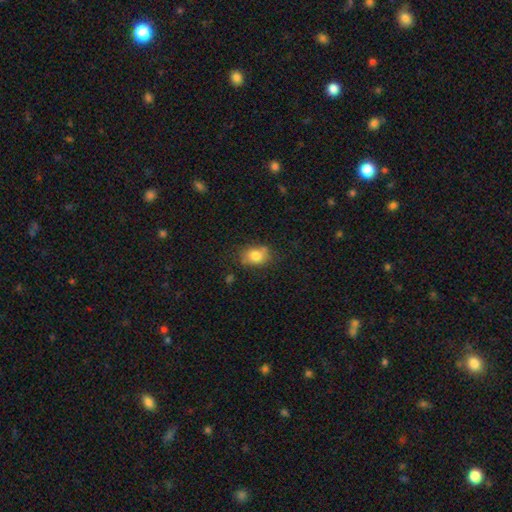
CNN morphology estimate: Smooth or featured? Predicted: smooth (p=0.79). How rounded? Predicted: in between (p=0.62). Merging? Predicted: none (p=0.65).